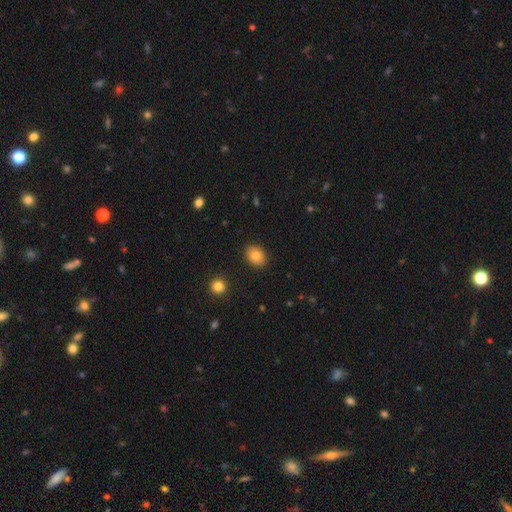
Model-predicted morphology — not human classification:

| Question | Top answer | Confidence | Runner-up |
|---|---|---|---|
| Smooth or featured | smooth | 82% | star or artifact (9%) |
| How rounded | in between | 55% | round (44%) |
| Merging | none | 90% | minor disturbance (7%) |